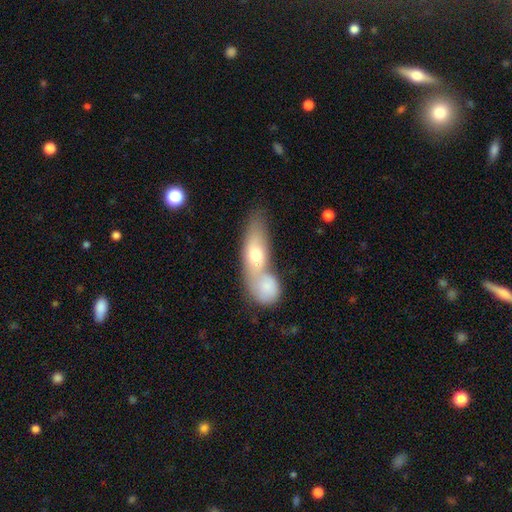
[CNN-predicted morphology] smooth 63%, featured or disk 31%, star or artifact 6%. Down the decision tree: how rounded — in between (62%); merging — merger (64%).